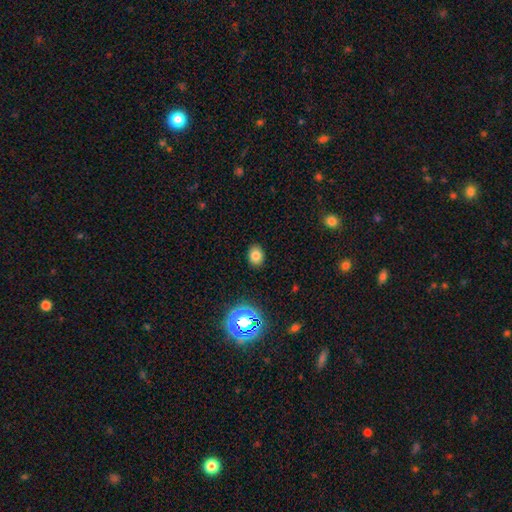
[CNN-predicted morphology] The model was most divided on "how rounded": in between: 57%, round: 42%, cigar-shaped: 1%. More confident: merging — none (88%); smooth or featured — smooth (78%).